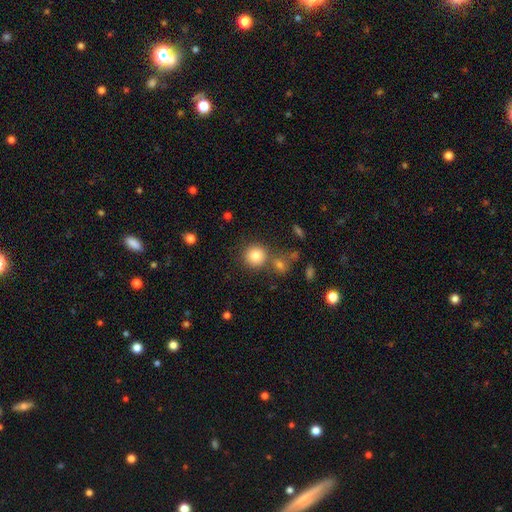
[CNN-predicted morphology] smooth-or-featured: smooth: 83% | star or artifact: 10% | featured or disk: 7%
  how-rounded: round: 91% | in between: 8% | cigar-shaped: 1%
  merging: none: 74% | merger: 13% | minor disturbance: 9% | major disturbance: 3%